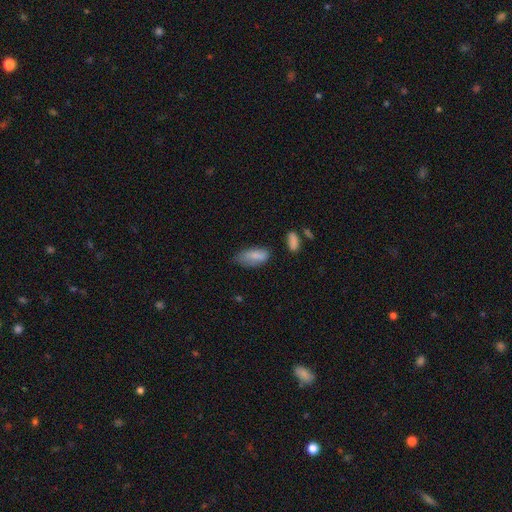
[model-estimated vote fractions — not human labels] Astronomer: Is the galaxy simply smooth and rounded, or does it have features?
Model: smooth — 83%.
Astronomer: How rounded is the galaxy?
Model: in between — 84%.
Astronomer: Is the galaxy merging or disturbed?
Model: none — 48% (runner-up: minor disturbance, 35%).